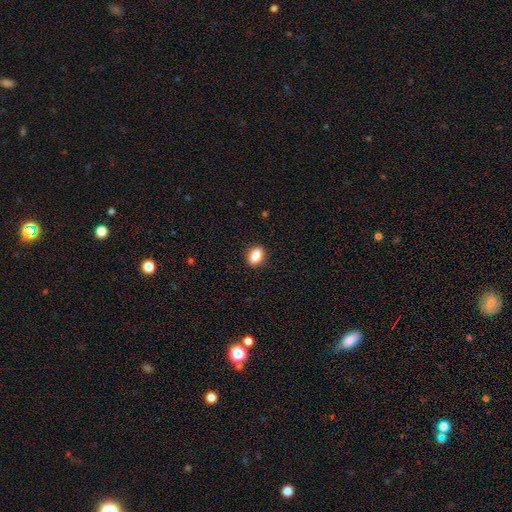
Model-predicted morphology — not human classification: Q: Smooth or featured?
A: smooth (88%); runner-up: star or artifact (8%)
Q: How rounded?
A: in between (82%); runner-up: round (15%)
Q: Merging?
A: none (87%); runner-up: minor disturbance (10%)